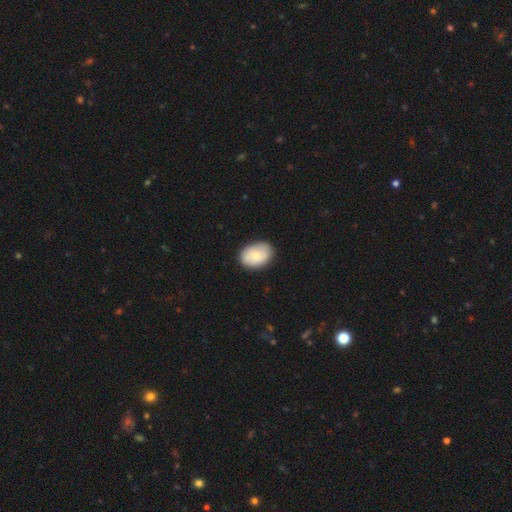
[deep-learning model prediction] The model was most divided on "smooth or featured": smooth: 71%, featured or disk: 23%, star or artifact: 6%. More confident: merging — none (83%); how rounded — in between (82%).